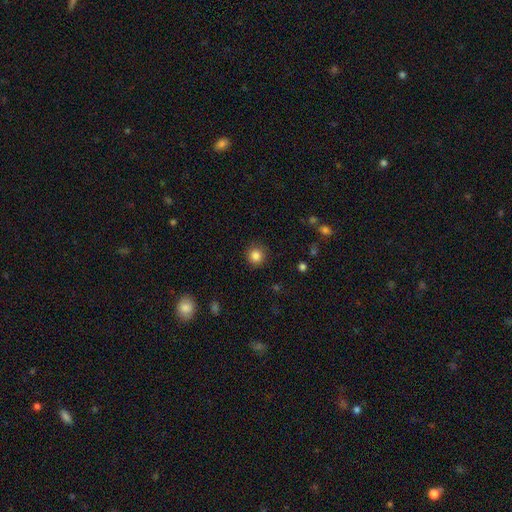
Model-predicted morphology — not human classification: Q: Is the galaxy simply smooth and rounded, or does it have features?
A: smooth — 84%.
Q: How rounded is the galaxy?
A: round — 94%.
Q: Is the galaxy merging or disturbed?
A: none — 89%.